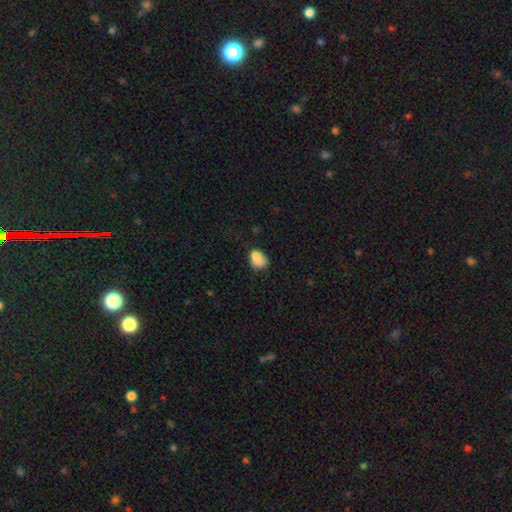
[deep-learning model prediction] A smooth galaxy with no disk features (78%) that is in between round and cigar-shaped (68%). Merging: none (41%).